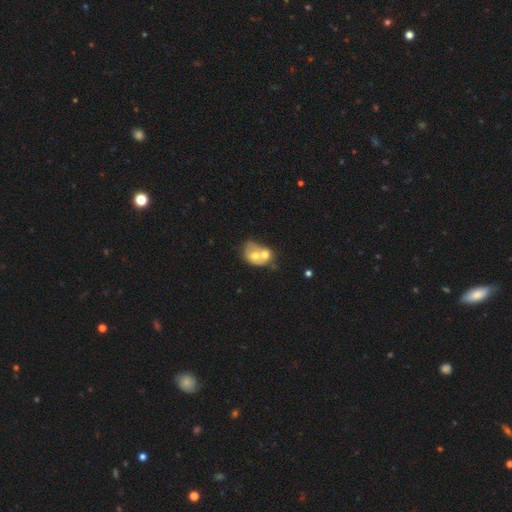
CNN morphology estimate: smooth_or_featured: smooth (p=0.55) [alt: featured or disk p=0.37]
how_rounded: in between (p=0.57) [alt: round p=0.42]
merging: merger (p=0.75) [alt: none p=0.13]